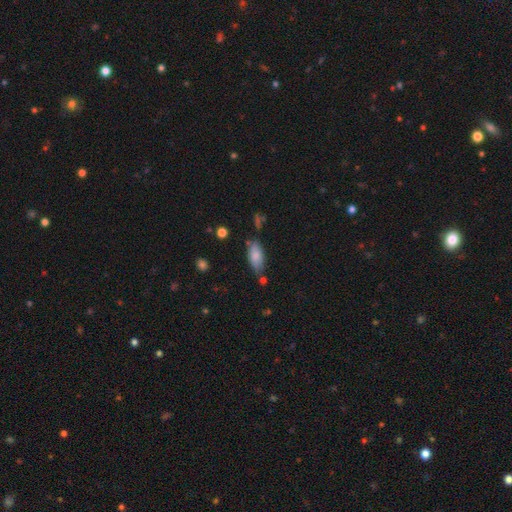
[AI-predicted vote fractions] This appears to be a smooth galaxy with no disk features (81%) that is in between round and cigar-shaped (86%). Merging: none (67%).